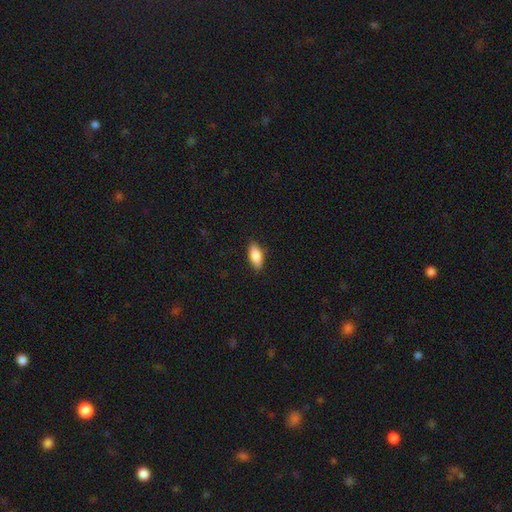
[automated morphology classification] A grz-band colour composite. It shows a smooth galaxy with no disk features (87%) that is in between round and cigar-shaped (87%). Merging: none (86%).